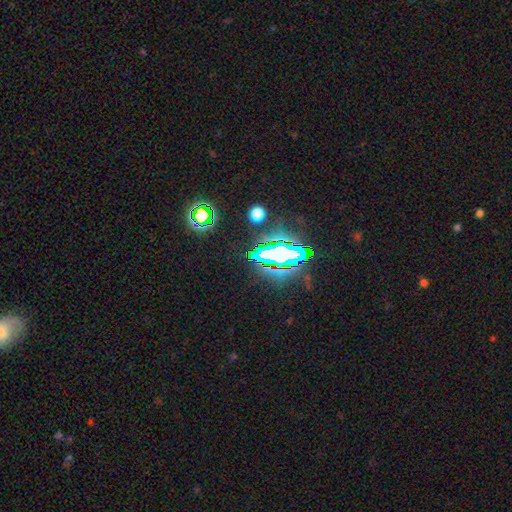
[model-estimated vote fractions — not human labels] A star or artifact, not a galaxy (68%).

Vote fractions:
- Smooth or featured? star or artifact: 68% / smooth: 18% / featured or disk: 14%